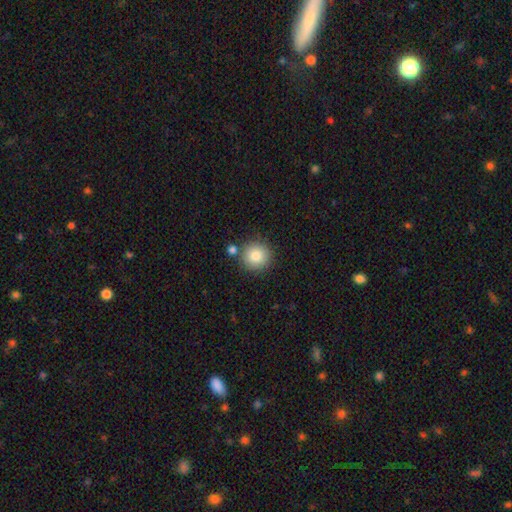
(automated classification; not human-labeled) This is clearly a smooth galaxy (83%). How rounded: clearly round (94%). Merging: clearly none (80%).